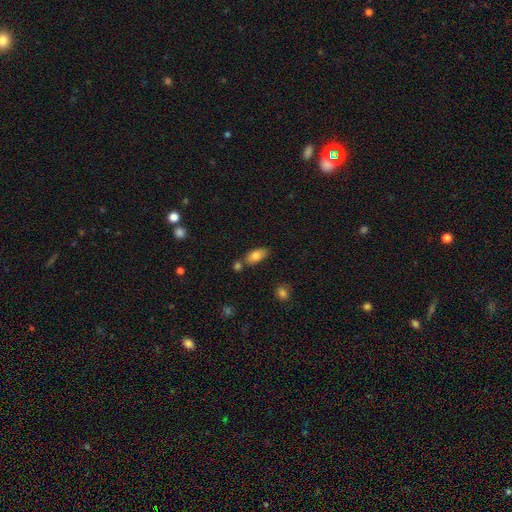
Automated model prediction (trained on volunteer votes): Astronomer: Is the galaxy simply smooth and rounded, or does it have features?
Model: smooth — 79%.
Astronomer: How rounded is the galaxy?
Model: in between — 87%.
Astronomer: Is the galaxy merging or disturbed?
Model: none — 67%.